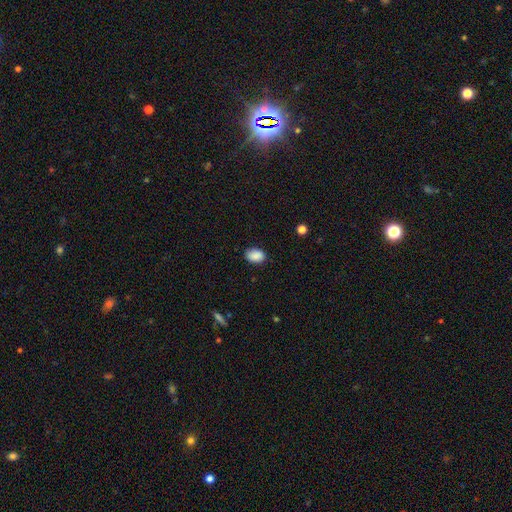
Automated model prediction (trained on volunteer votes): Smooth or featured: smooth — 89% (star or artifact — 8%)
How rounded: in between — 84% (round — 15%)
Merging: none — 81% (minor disturbance — 15%)